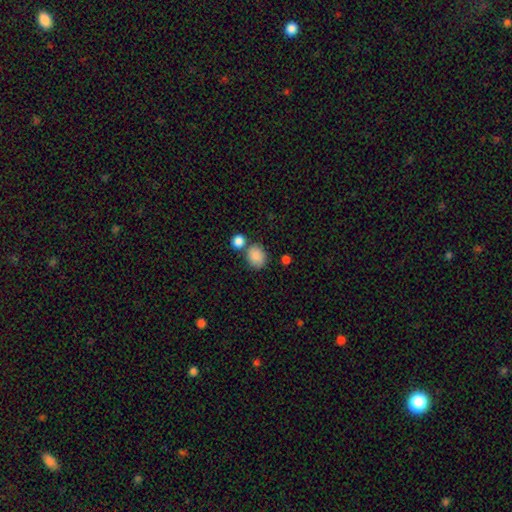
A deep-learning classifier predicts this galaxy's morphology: Smooth or featured? Predicted: smooth (p=0.86). How rounded? Predicted: round (p=0.57). Merging? Predicted: none (p=0.65).